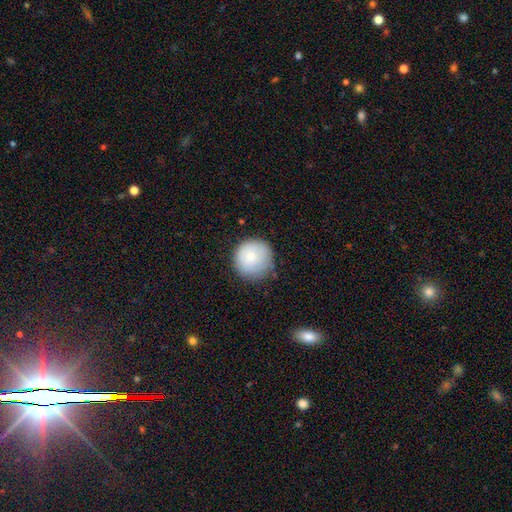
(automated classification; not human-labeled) Smooth or featured? Predicted: smooth (p=0.79). How rounded? Predicted: round (p=0.94). Merging? Predicted: none (p=0.76).